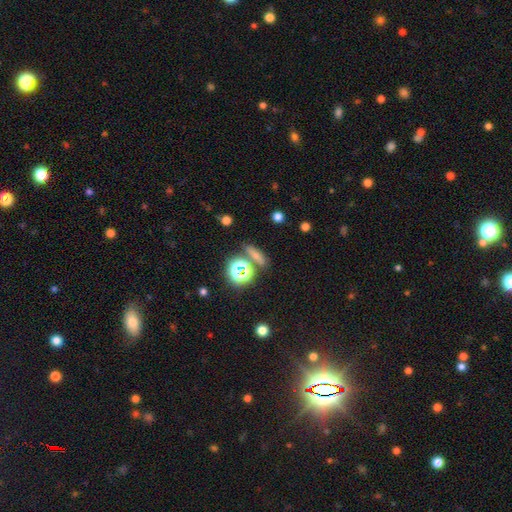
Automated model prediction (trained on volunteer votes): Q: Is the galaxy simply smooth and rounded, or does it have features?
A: smooth — 57%.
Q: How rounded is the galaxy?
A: cigar-shaped — 57%.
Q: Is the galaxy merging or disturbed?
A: none — 76%.